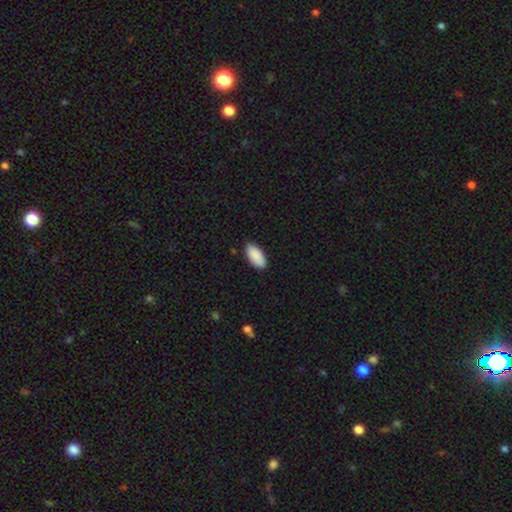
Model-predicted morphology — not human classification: This appears to be a smooth galaxy with no disk features (91%) that is in between round and cigar-shaped (93%). Merging: none (86%).